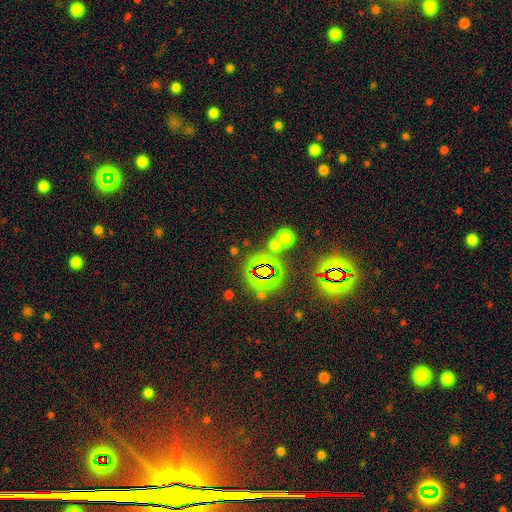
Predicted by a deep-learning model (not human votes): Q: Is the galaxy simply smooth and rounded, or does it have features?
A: star or artifact — 75%.